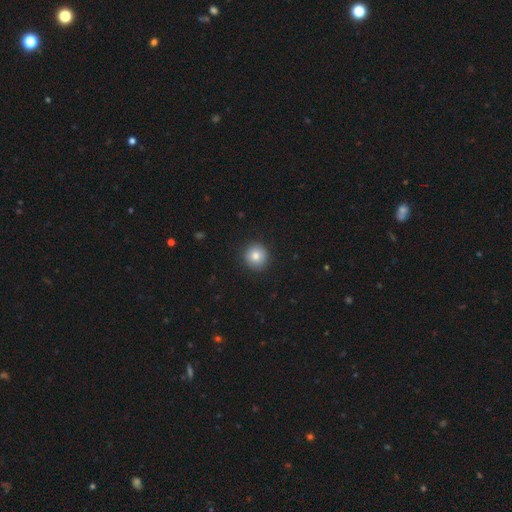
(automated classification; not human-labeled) smooth-or-featured: smooth: 81% | star or artifact: 9% | featured or disk: 9%
  how-rounded: round: 94% | in between: 5% | cigar-shaped: 1%
  merging: none: 90% | minor disturbance: 7% | major disturbance: 2% | merger: 1%